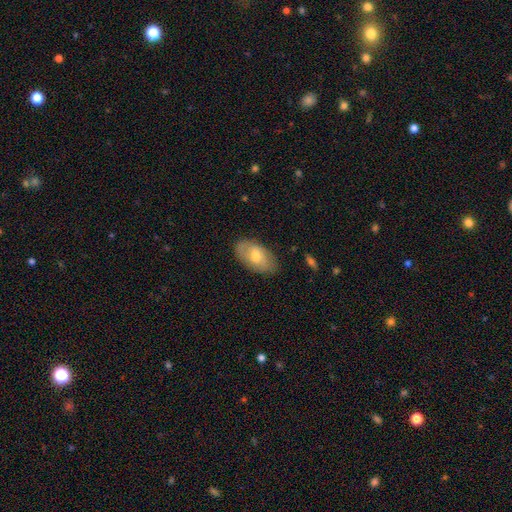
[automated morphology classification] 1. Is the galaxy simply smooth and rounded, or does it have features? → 60% smooth, 34% featured or disk, 6% star or artifact.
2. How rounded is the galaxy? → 93% in between, 5% round, 2% cigar-shaped.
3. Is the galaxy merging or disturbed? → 78% none, 18% minor disturbance, 4% major disturbance, 1% merger.